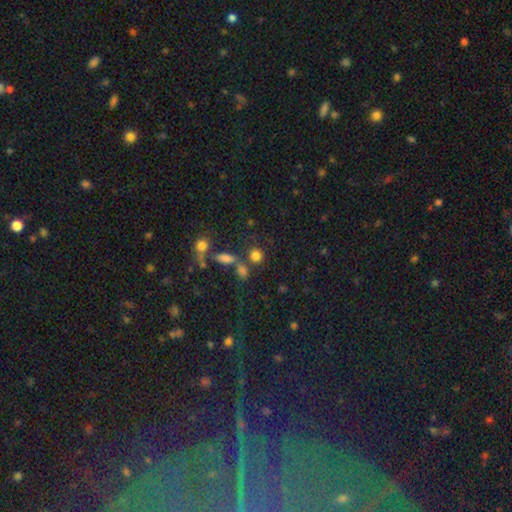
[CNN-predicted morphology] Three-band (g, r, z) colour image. It shows a smooth galaxy with no disk features (79%) that is round (81%). Merging: none (65%).